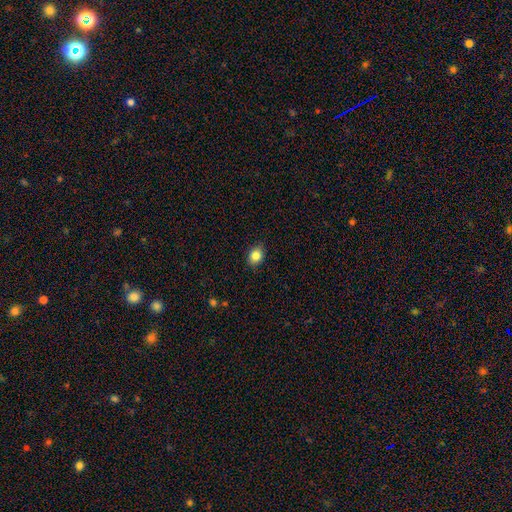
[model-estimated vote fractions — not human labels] A smooth galaxy with no disk features (84%) that is in between round and cigar-shaped (56%). Merging: none (86%).